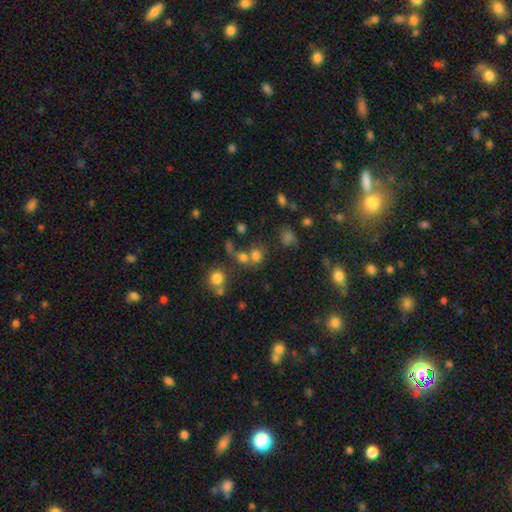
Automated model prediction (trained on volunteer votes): A smooth galaxy with no disk features (68%) that is round (73%). Merging: none (47%).